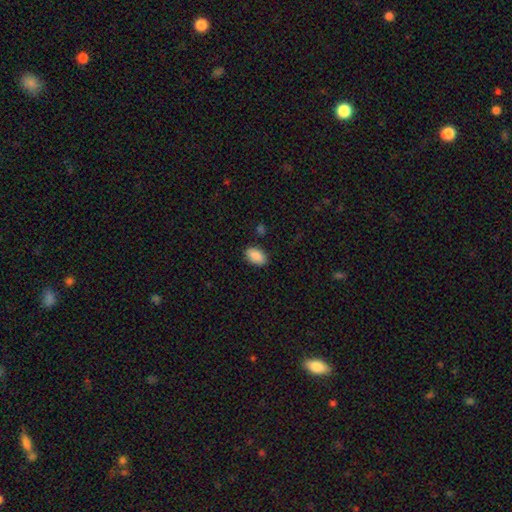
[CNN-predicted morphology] This appears to be a smooth galaxy with no disk features (88%) that is in between round and cigar-shaped (92%). Merging: none (86%).